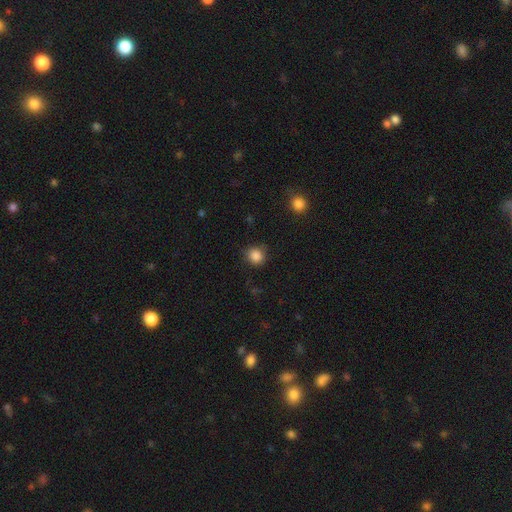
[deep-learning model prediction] A smooth galaxy with no disk features (86%) that is round (86%).

Vote fractions:
- Smooth or featured? smooth: 86% / star or artifact: 11% / featured or disk: 3%
- How rounded? round: 86% / in between: 13% / cigar-shaped: 1%
- Merging? none: 83% / minor disturbance: 12% / major disturbance: 3% / merger: 1%